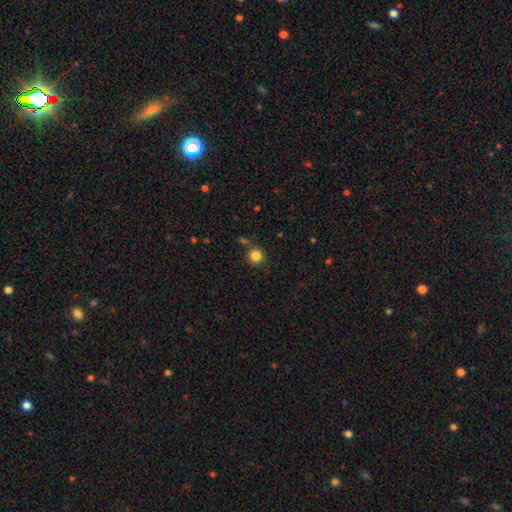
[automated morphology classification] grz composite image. It shows a smooth galaxy with no disk features (83%) that is round (93%). Merging: none (83%).